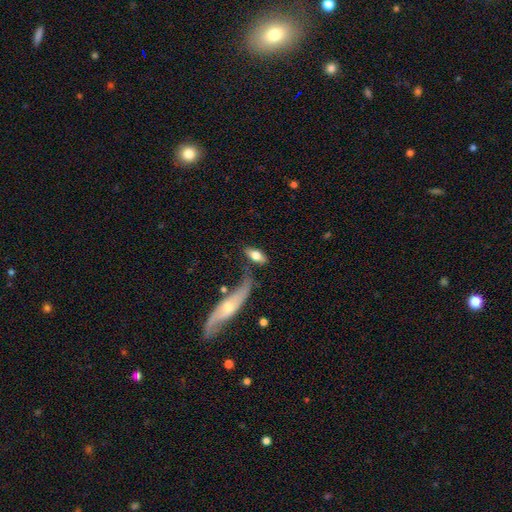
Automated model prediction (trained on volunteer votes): This appears to be a smooth galaxy with no disk features (69%) that is in between round and cigar-shaped (82%). Merging: none (61%).